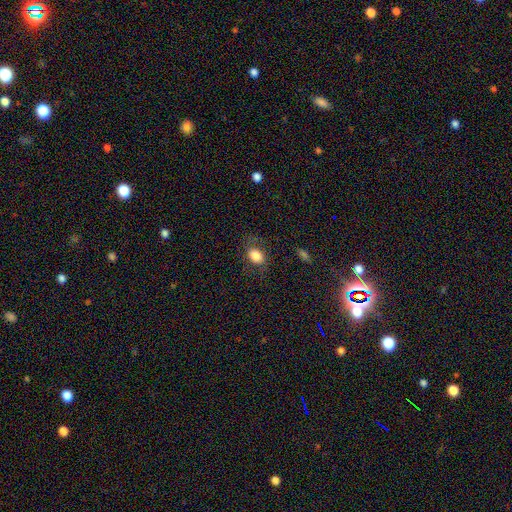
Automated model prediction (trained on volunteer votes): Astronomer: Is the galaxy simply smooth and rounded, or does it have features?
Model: smooth — 80%.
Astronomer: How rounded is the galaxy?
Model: in between — 74%.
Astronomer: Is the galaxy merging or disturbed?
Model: none — 73%.